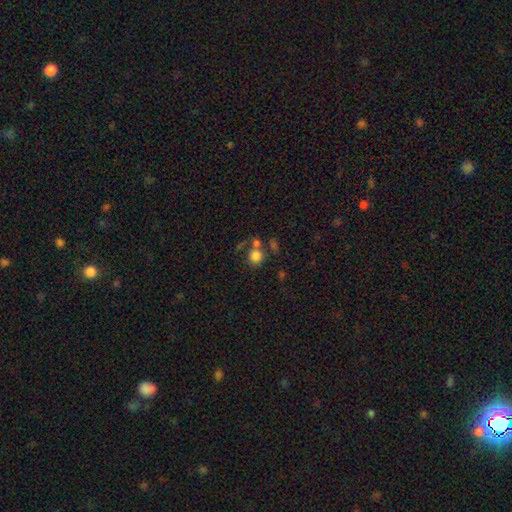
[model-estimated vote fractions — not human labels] smooth-or-featured: smooth: 80% | star or artifact: 12% | featured or disk: 8%
  how-rounded: round: 87% | in between: 12% | cigar-shaped: 1%
  merging: none: 57% | merger: 27% | minor disturbance: 10% | major disturbance: 6%